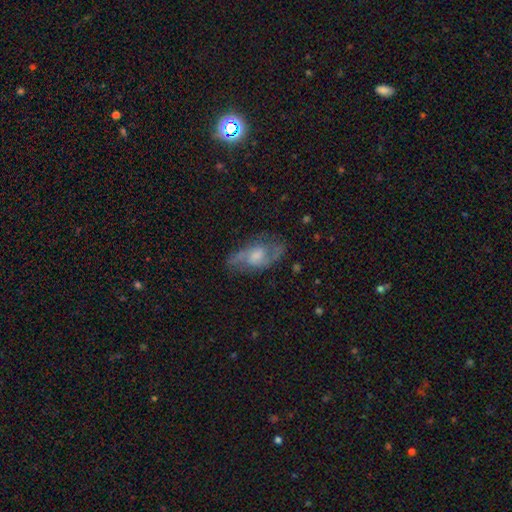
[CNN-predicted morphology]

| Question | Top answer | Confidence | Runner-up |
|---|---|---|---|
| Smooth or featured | featured or disk | 70% | smooth (22%) |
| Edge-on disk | no | 93% | yes (7%) |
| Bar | no | 48% | weak (43%) |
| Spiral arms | yes | 85% | no (15%) |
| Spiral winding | medium | 49% | loose (32%) |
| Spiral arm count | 2 | 80% | can't tell (12%) |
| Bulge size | moderate | 39% | small (28%) |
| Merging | none | 67% | minor disturbance (20%) |